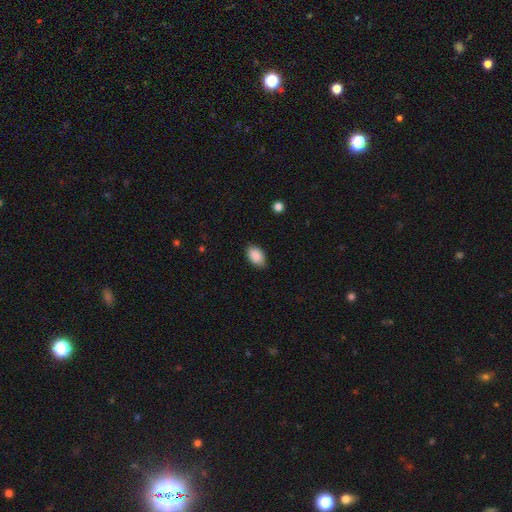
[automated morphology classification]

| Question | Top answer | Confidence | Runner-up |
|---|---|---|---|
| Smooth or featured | smooth | 89% | star or artifact (7%) |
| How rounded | in between | 91% | round (7%) |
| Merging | none | 84% | minor disturbance (13%) |